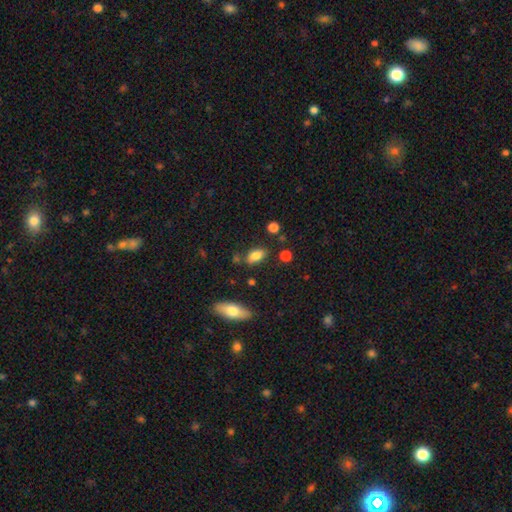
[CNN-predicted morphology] Smooth or featured? Predicted: smooth (p=0.82). How rounded? Predicted: in between (p=0.88). Merging? Predicted: none (p=0.76).